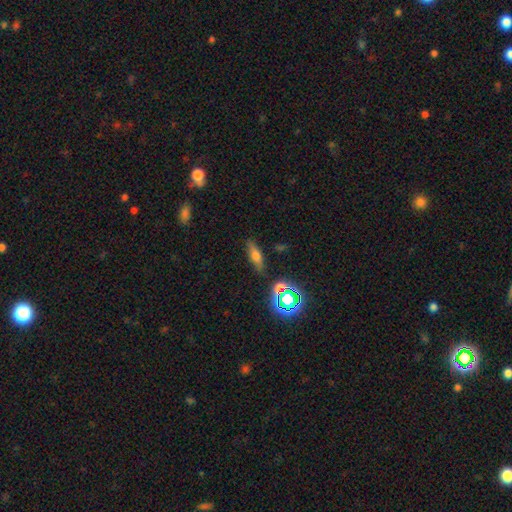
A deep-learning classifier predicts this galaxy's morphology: A smooth galaxy with no disk features (54%) that is cigar-shaped (50%).

Vote fractions:
- Smooth or featured? smooth: 54% / featured or disk: 30% / star or artifact: 16%
- How rounded? cigar-shaped: 50% / in between: 44% / round: 6%
- Merging? none: 83% / minor disturbance: 11% / major disturbance: 3% / merger: 3%